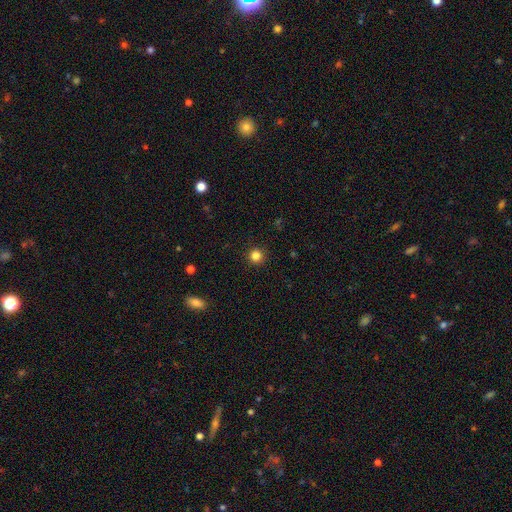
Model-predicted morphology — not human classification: This is clearly a smooth galaxy (84%). How rounded: clearly round (95%). Merging: clearly none (92%).